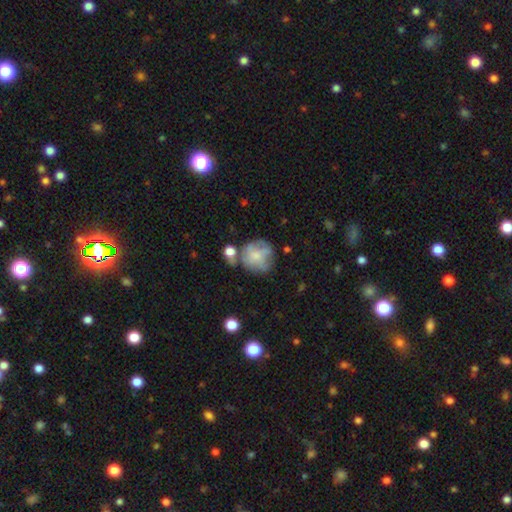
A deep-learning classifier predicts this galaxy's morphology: featured or disk 46%, smooth 44%, star or artifact 10%. Down the decision tree: merging — none (47%).